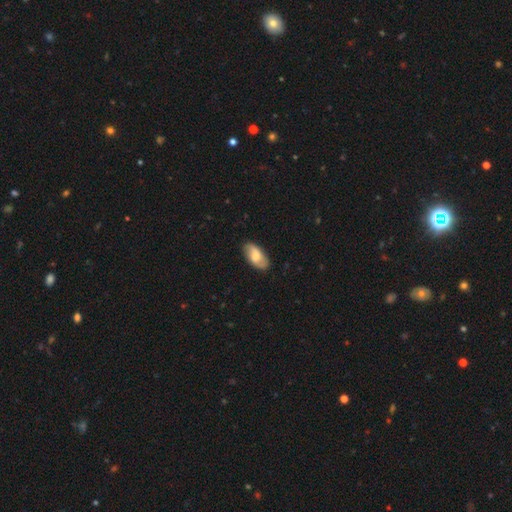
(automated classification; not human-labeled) Smooth or featured: smooth — 48% (featured or disk — 46%)
Merging: none — 84% (minor disturbance — 12%)